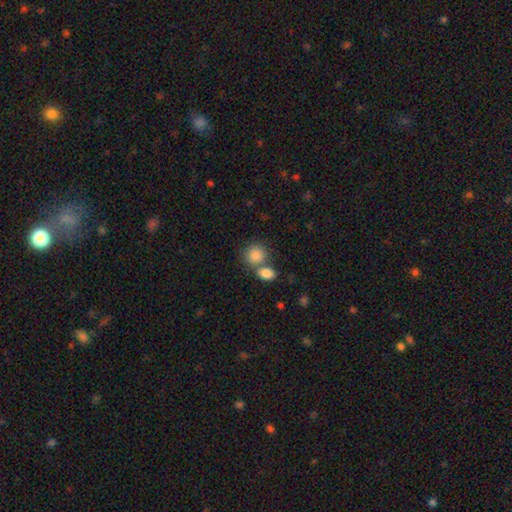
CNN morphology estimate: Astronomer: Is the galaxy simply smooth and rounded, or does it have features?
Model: smooth — 85%.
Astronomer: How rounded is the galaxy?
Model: round — 75%.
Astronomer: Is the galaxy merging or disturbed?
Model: none — 50% (runner-up: merger, 38%).